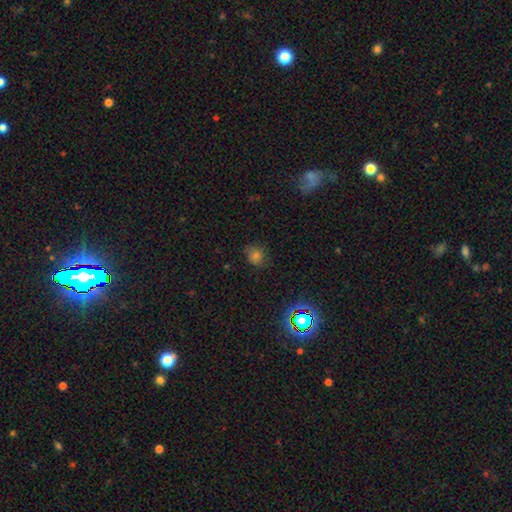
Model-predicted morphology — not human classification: smooth-or-featured: smooth: 63% | star or artifact: 28% | featured or disk: 10%
  how-rounded: round: 67% | in between: 32% | cigar-shaped: 1%
  merging: none: 77% | minor disturbance: 17% | major disturbance: 5% | merger: 1%